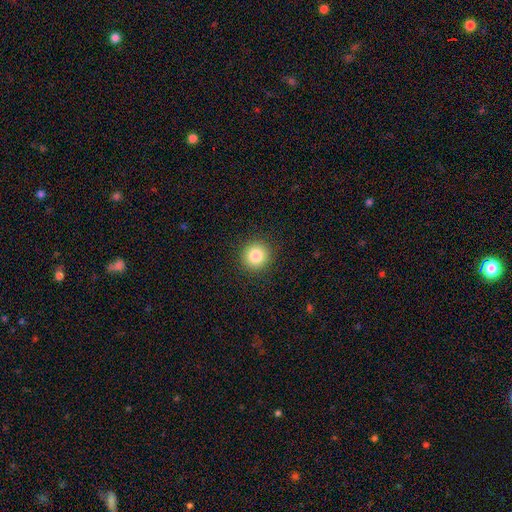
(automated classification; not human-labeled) Overall: smooth (84%). How rounded: round (94%). Merging: none (92%).